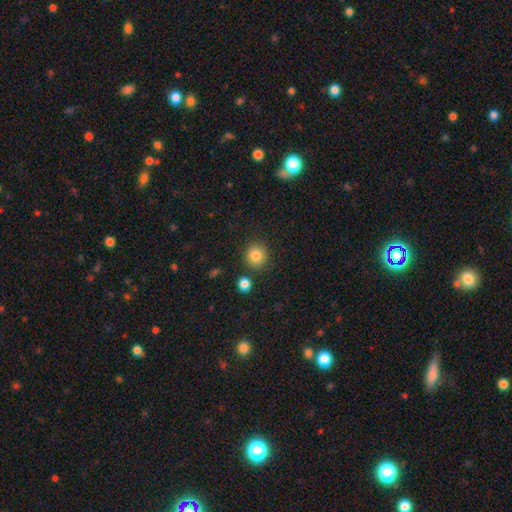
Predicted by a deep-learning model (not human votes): Smooth or featured? Predicted: smooth (p=0.84). How rounded? Predicted: round (p=0.92). Merging? Predicted: none (p=0.86).